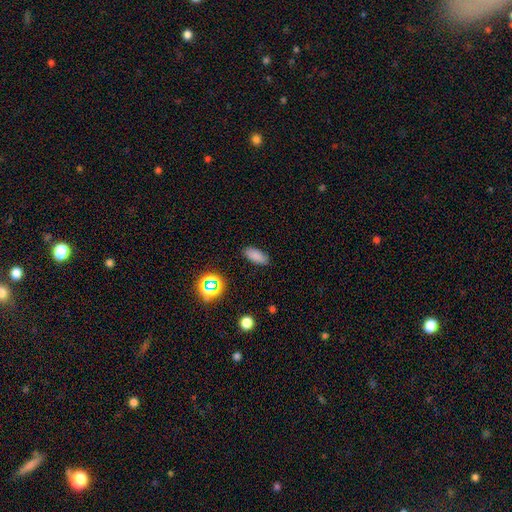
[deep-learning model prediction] Smooth or featured? Predicted: smooth (p=0.81). How rounded? Predicted: in between (p=0.84). Merging? Predicted: none (p=0.87).